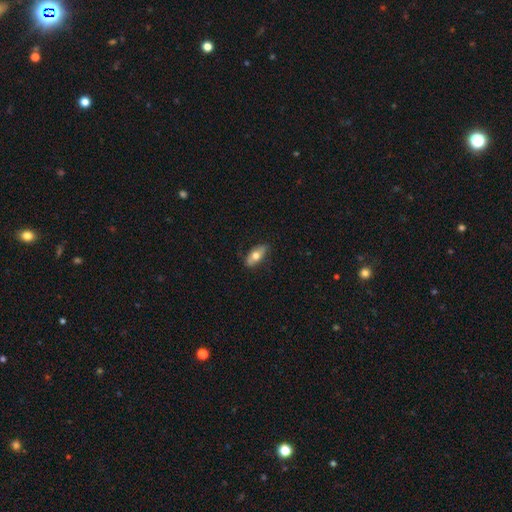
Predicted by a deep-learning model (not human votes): Overall: smooth (61%; featured or disk 33%). How rounded: in between (81%). Merging: none (81%).